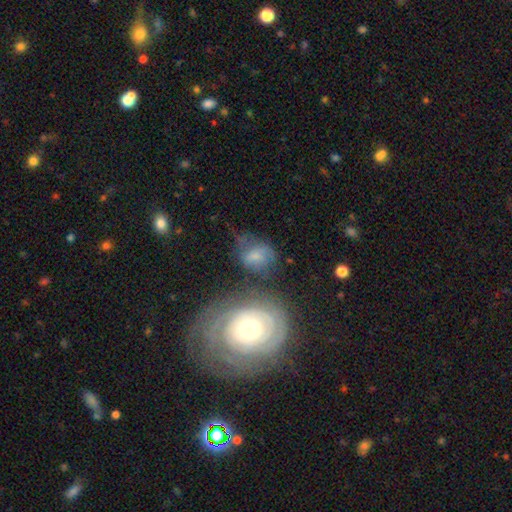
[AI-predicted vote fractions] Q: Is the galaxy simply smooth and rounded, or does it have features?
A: smooth — 57%.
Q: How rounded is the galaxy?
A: in between — 63%.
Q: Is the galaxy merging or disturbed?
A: none — 39%.